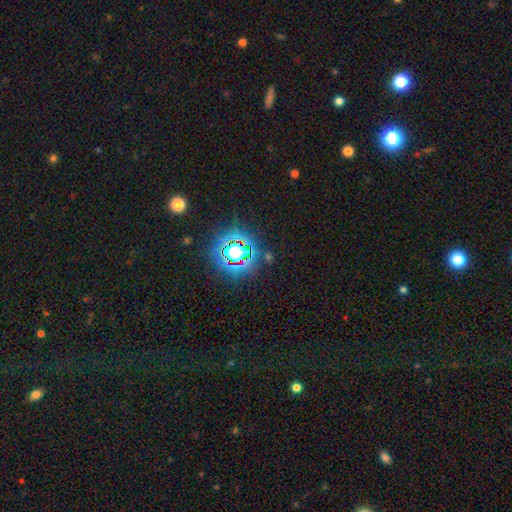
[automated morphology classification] smooth-or-featured: star or artifact: 82% | smooth: 11% | featured or disk: 6%